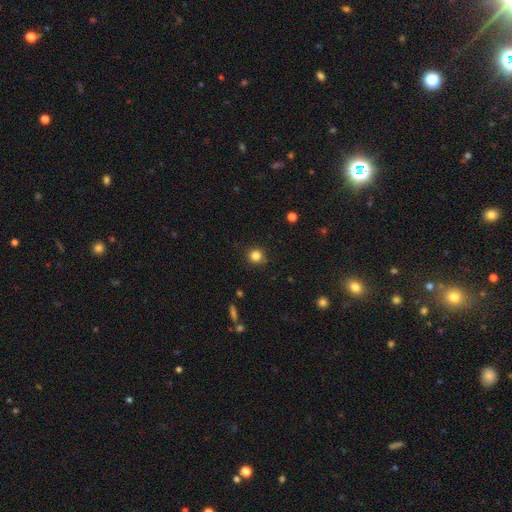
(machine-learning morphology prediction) Smooth or featured? smooth (83%)
How rounded? round (93%)
Merging? none (88%)